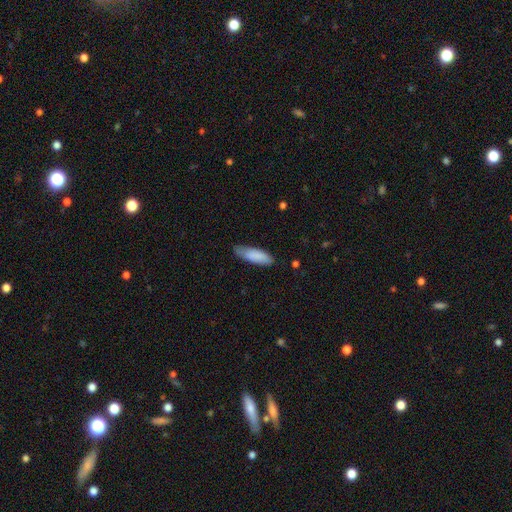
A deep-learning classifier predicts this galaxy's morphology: A smooth galaxy with no disk features (86%) that is in between round and cigar-shaped (51%).

Vote fractions:
- Smooth or featured? smooth: 86% / featured or disk: 9% / star or artifact: 6%
- How rounded? in between: 51% / cigar-shaped: 47% / round: 1%
- Merging? none: 71% / minor disturbance: 24% / major disturbance: 4% / merger: 1%